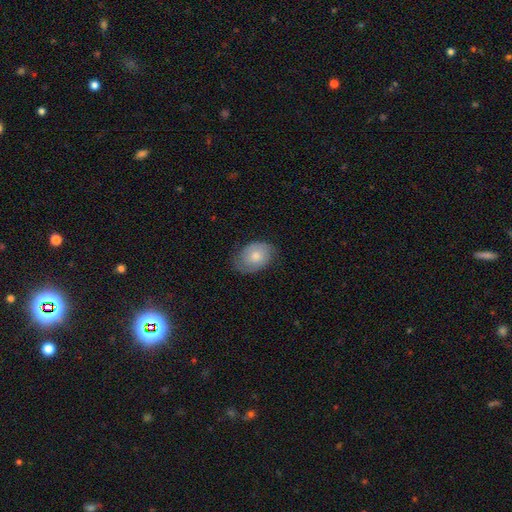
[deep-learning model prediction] The model was most divided on "smooth or featured": smooth: 51%, featured or disk: 43%, star or artifact: 7%. More confident: how rounded — in between (75%); merging — none (69%).